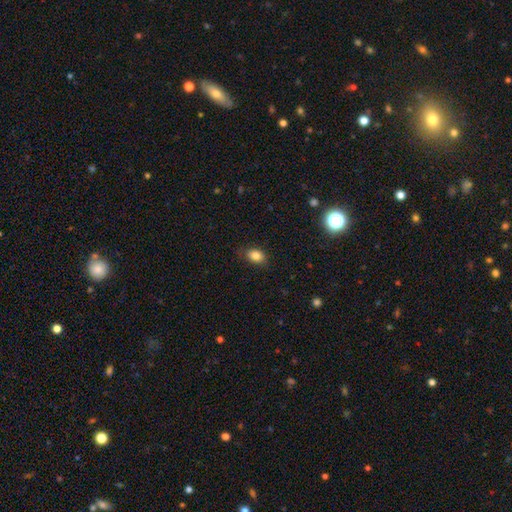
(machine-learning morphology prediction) Smooth or featured: smooth — 83% (star or artifact — 10%)
How rounded: in between — 77% (round — 22%)
Merging: none — 80% (minor disturbance — 16%)